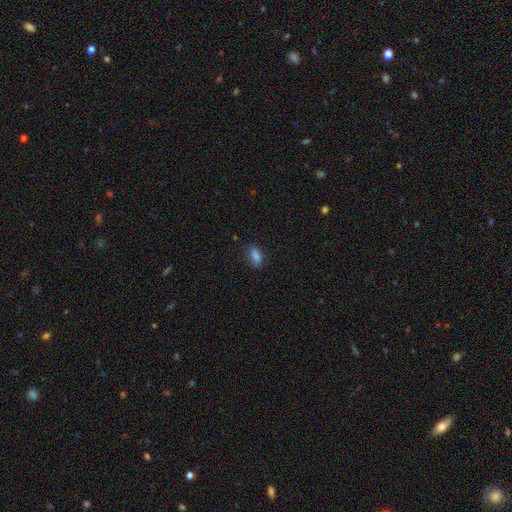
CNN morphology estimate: This appears to be a smooth galaxy with no disk features (80%) that is in between round and cigar-shaped (71%). Merging: none (79%).